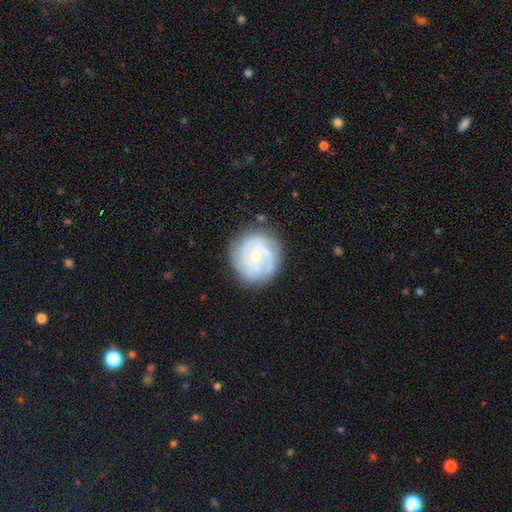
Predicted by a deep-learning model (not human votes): Q: Smooth or featured?
A: featured or disk (72%); runner-up: smooth (21%)
Q: Edge-on disk?
A: no (98%); runner-up: yes (2%)
Q: Bar?
A: no (64%); runner-up: weak (30%)
Q: Spiral arms?
A: yes (87%); runner-up: no (13%)
Q: Spiral winding?
A: tight (64%); runner-up: medium (27%)
Q: Spiral arm count?
A: can't tell (35%); runner-up: 2 (28%)
Q: Bulge size?
A: small (69%); runner-up: moderate (27%)
Q: Merging?
A: none (78%); runner-up: minor disturbance (15%)